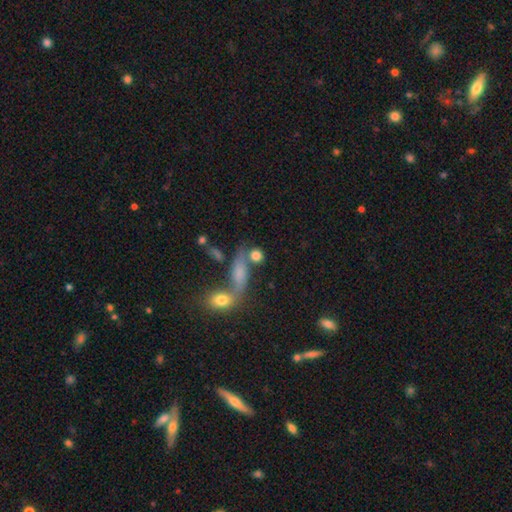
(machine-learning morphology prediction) smooth 78%, featured or disk 11%, star or artifact 10%. Down the decision tree: how rounded — round (56%); merging — none (48%).